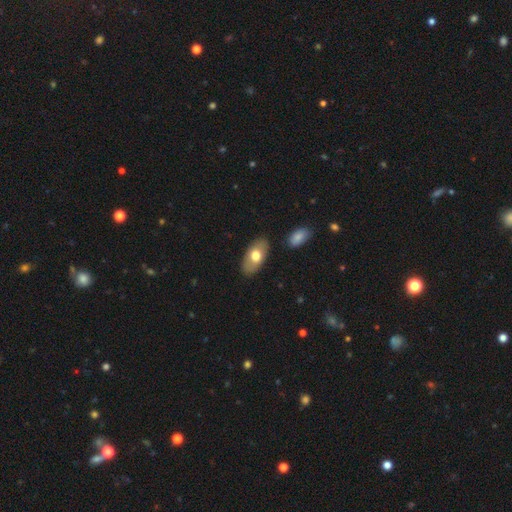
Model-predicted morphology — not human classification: A smooth galaxy with no disk features (68%) that is in between round and cigar-shaped (93%). Merging: none (85%).